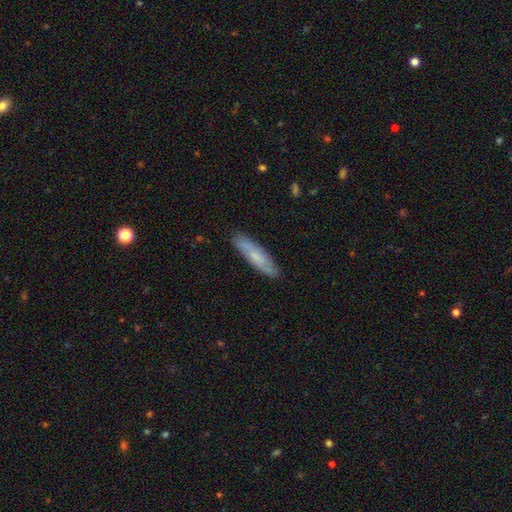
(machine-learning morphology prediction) A smooth galaxy with no disk features (62%) that is cigar-shaped (75%). Merging: none (85%).